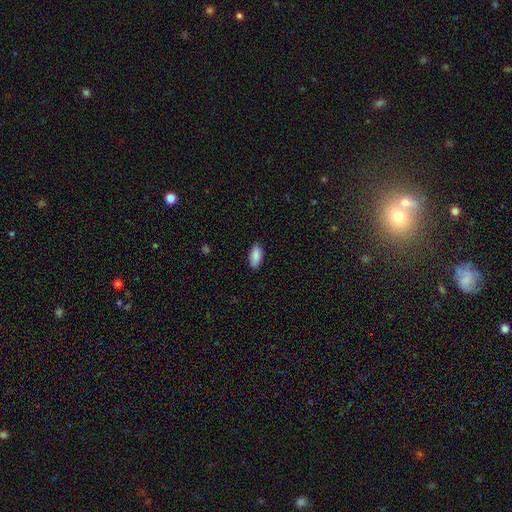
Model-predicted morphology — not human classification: smooth-or-featured: smooth: 89% | star or artifact: 6% | featured or disk: 5%
  how-rounded: in between: 92% | cigar-shaped: 6% | round: 2%
  merging: none: 87% | minor disturbance: 10% | major disturbance: 2% | merger: 1%